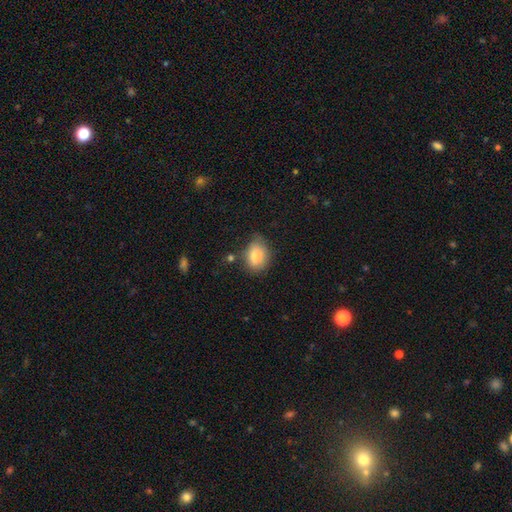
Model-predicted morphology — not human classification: Smooth or featured: smooth — 84% (featured or disk — 8%)
How rounded: in between — 71% (round — 28%)
Merging: none — 62% (minor disturbance — 28%)